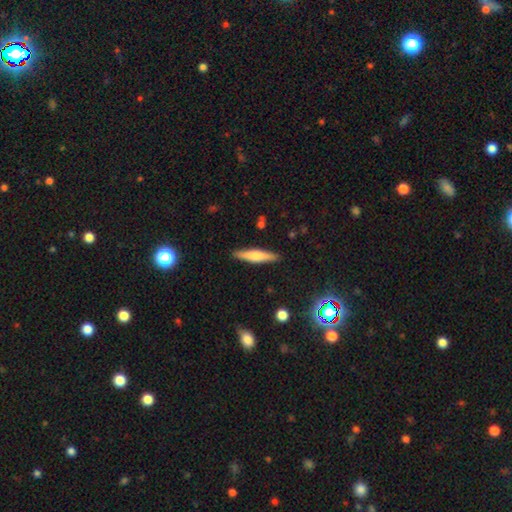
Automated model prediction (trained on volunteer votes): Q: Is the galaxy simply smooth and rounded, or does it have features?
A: smooth — 56%.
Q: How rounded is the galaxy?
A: cigar-shaped — 86%.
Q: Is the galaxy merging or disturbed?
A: none — 90%.